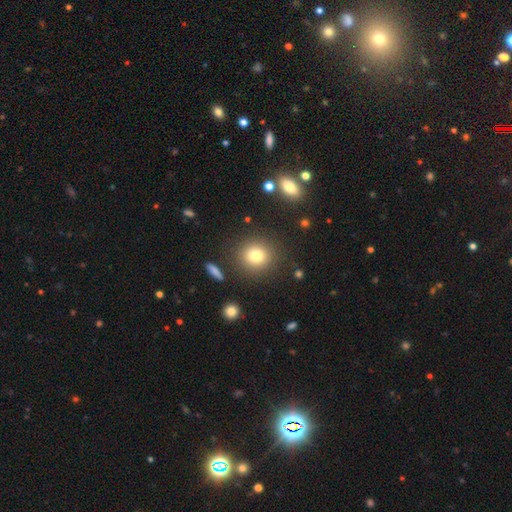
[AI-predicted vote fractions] A smooth galaxy with no disk features (77%) that is round (88%). Merging: none (86%).